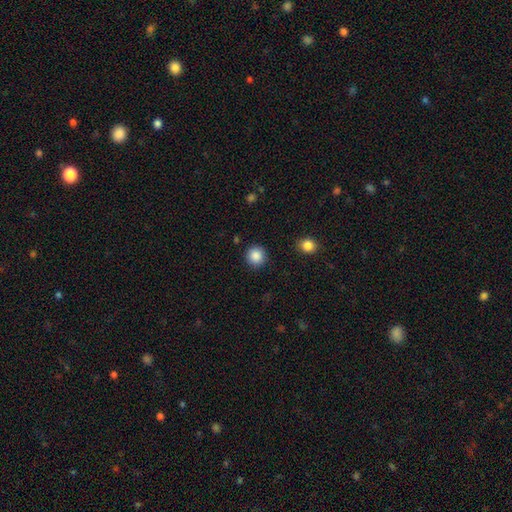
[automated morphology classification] type=smooth (87%); roundness=round (95%); merging=none (91%).